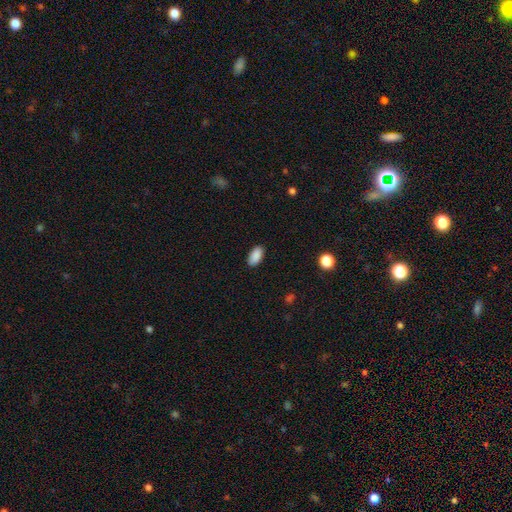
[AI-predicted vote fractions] smooth 89%, star or artifact 7%, featured or disk 3%. Down the decision tree: how rounded — in between (93%); merging — none (88%).